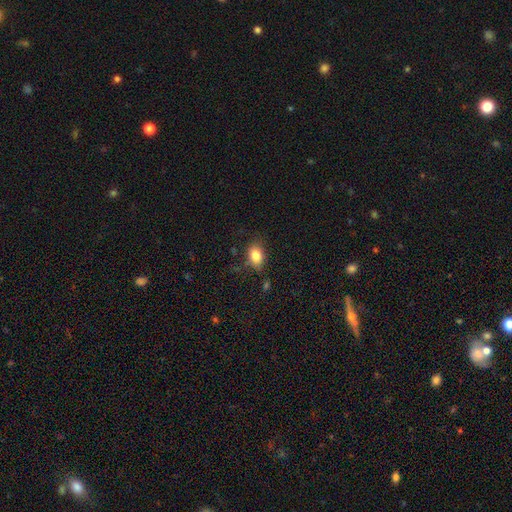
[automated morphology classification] smooth-or-featured: smooth: 83% | star or artifact: 9% | featured or disk: 8%
  how-rounded: in between: 75% | round: 23% | cigar-shaped: 1%
  merging: none: 73% | minor disturbance: 19% | major disturbance: 5% | merger: 3%